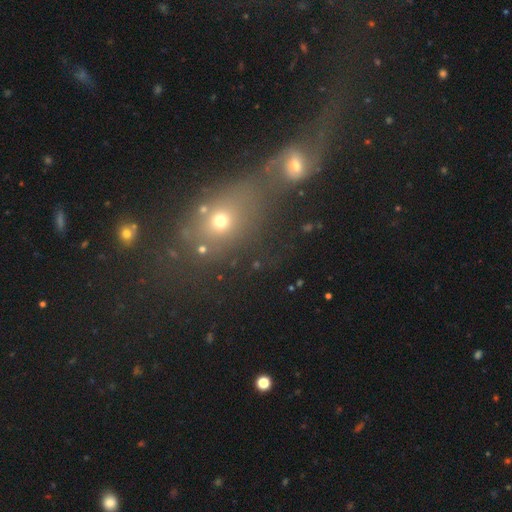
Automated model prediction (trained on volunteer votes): Overall: smooth (44%; star or artifact 33%). Merging: merger (71%).